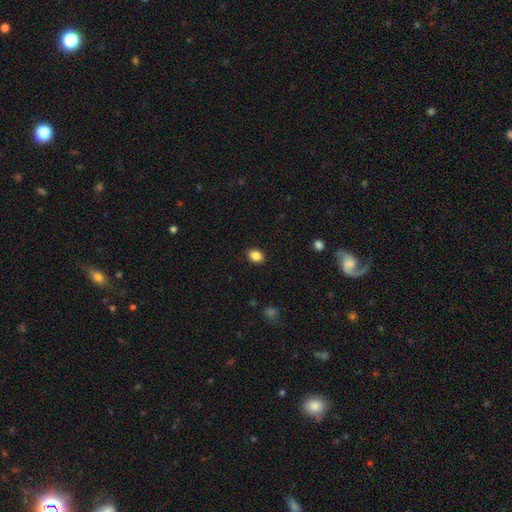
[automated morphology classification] type=smooth (86%); roundness=in between (69%); merging=none (89%).